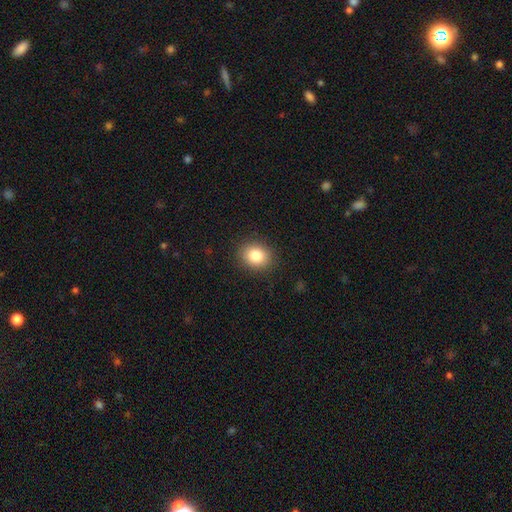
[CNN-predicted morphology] smooth 83%, star or artifact 10%, featured or disk 7%. Down the decision tree: how rounded — round (60%); merging — none (89%).